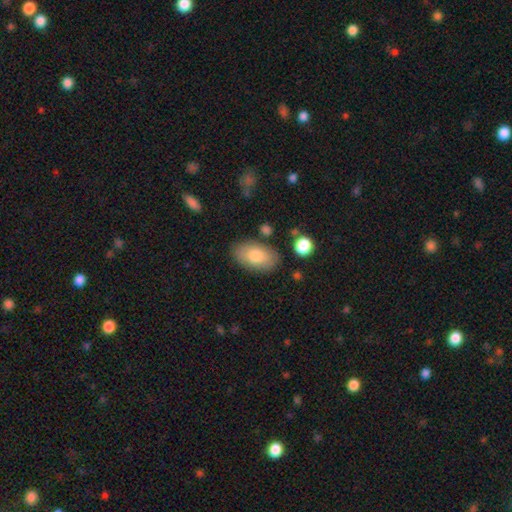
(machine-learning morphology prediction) This appears to be a smooth galaxy with no disk features (79%) that is in between round and cigar-shaped (94%). Merging: none (82%).